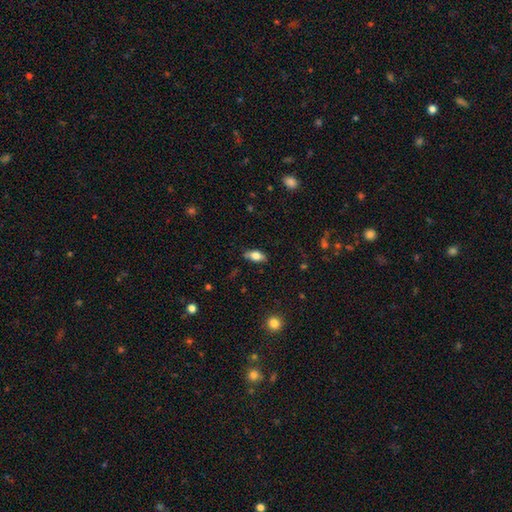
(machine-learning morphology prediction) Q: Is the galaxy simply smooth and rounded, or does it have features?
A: smooth — 70%.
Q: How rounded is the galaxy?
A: in between — 85%.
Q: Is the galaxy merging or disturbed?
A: none — 79%.